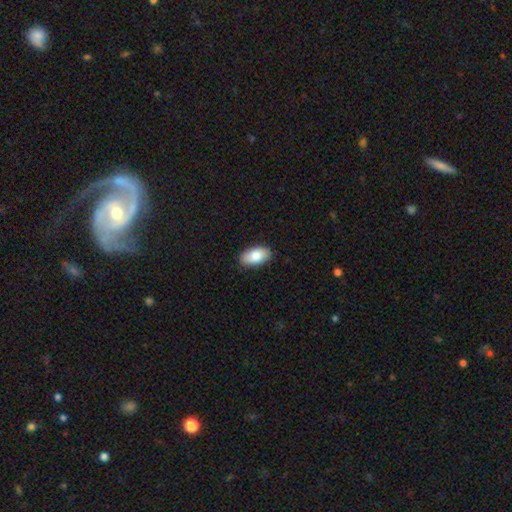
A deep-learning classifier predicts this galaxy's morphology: Smooth or featured? Predicted: smooth (p=0.84). How rounded? Predicted: in between (p=0.94). Merging? Predicted: none (p=0.87).